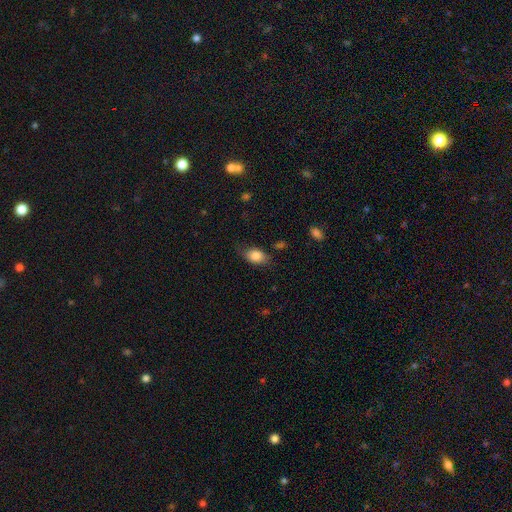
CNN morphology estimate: Smooth or featured: smooth — 82% (featured or disk — 10%)
How rounded: in between — 82% (round — 16%)
Merging: none — 69% (minor disturbance — 23%)